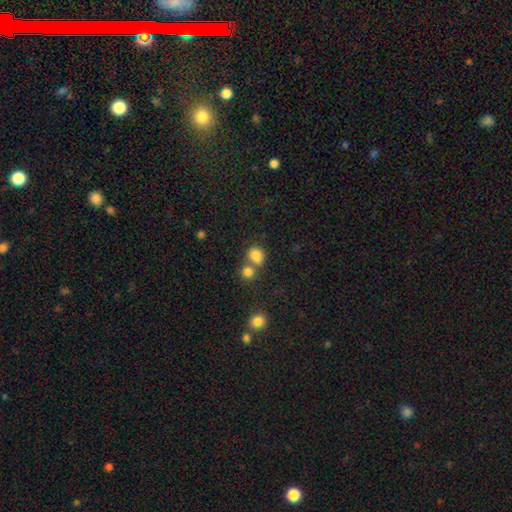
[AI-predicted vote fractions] smooth-or-featured: smooth: 82% | star or artifact: 12% | featured or disk: 7%
  how-rounded: round: 73% | in between: 26% | cigar-shaped: 1%
  merging: none: 50% | merger: 37% | minor disturbance: 9% | major disturbance: 4%